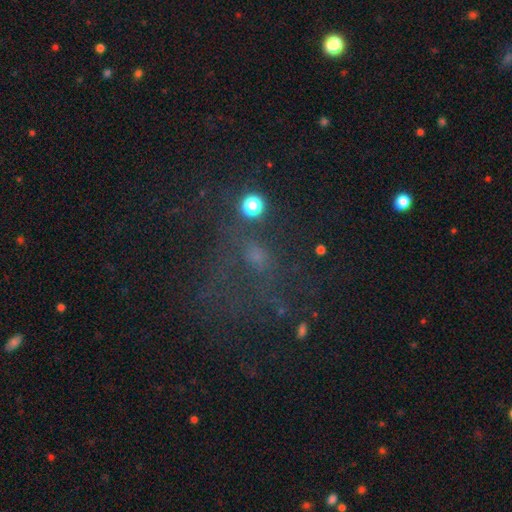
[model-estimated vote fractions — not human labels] A star or artifact, not a galaxy (39%).

Vote fractions:
- Smooth or featured? star or artifact: 39% / smooth: 31% / featured or disk: 30%